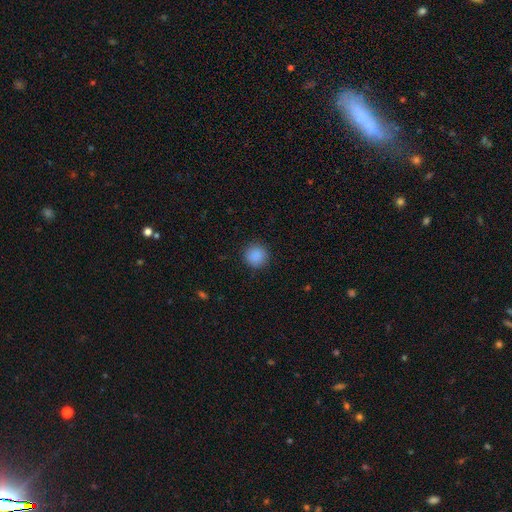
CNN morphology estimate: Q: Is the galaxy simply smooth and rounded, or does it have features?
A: smooth — 88%.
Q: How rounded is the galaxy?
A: round — 94%.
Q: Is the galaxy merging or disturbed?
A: none — 90%.